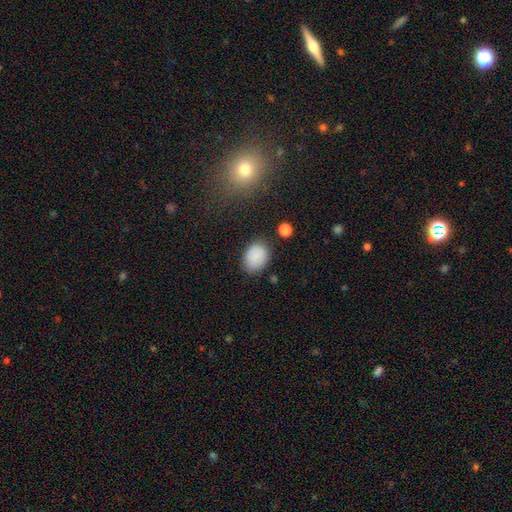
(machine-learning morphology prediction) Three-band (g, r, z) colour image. It shows a smooth galaxy with no disk features (86%) that is in between round and cigar-shaped (72%). Merging: none (80%).